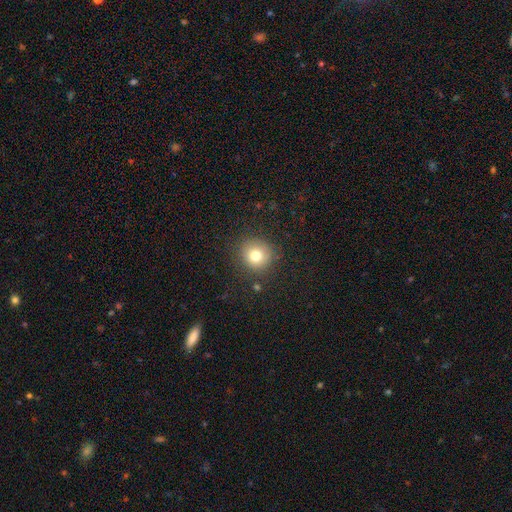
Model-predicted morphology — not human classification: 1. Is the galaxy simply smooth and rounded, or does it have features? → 77% smooth, 13% star or artifact, 10% featured or disk.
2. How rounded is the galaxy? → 91% round, 8% in between, 1% cigar-shaped.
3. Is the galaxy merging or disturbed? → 87% none, 9% minor disturbance, 3% major disturbance, 1% merger.